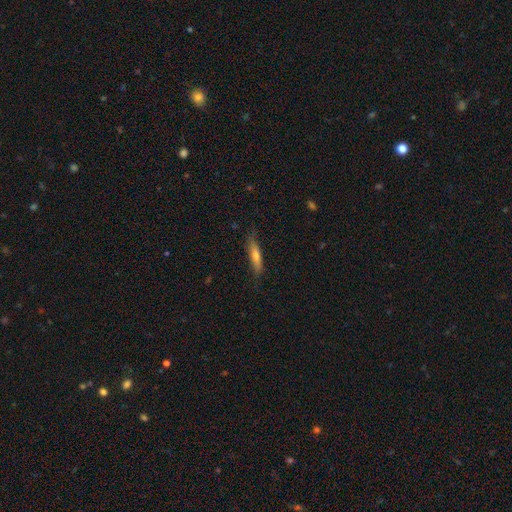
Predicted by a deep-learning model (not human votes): Smooth or featured?
  - smooth: 57% *
  - featured or disk: 37%
  - star or artifact: 6%
How rounded?
  - cigar-shaped: 84% *
  - in between: 15%
  - round: 2%
Merging?
  - none: 76% *
  - minor disturbance: 19%
  - major disturbance: 3%
  - merger: 1%